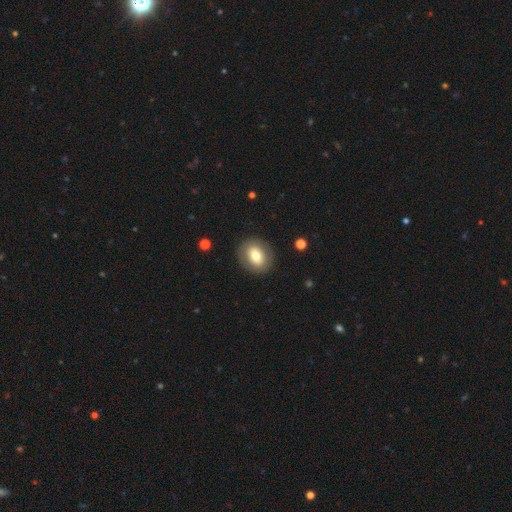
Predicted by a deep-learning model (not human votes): Smooth or featured?
  - smooth: 68% *
  - featured or disk: 25%
  - star or artifact: 8%
How rounded?
  - round: 53% *
  - in between: 46%
  - cigar-shaped: 1%
Merging?
  - none: 86% *
  - minor disturbance: 9%
  - major disturbance: 4%
  - merger: 1%